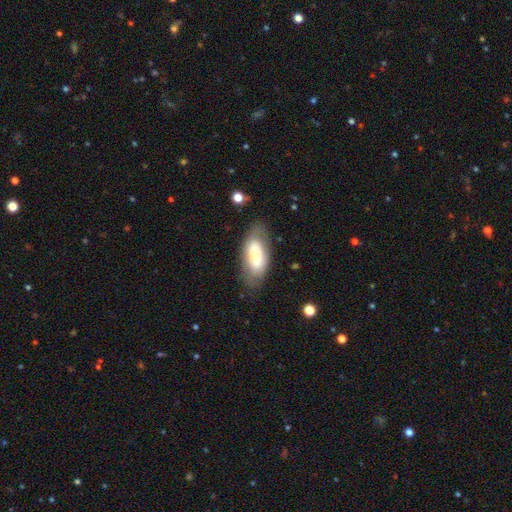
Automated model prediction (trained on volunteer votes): A smooth galaxy with no disk features (66%) that is in between round and cigar-shaped (87%).

Vote fractions:
- Smooth or featured? smooth: 66% / featured or disk: 26% / star or artifact: 7%
- How rounded? in between: 87% / cigar-shaped: 10% / round: 2%
- Merging? none: 68% / minor disturbance: 20% / major disturbance: 8% / merger: 4%